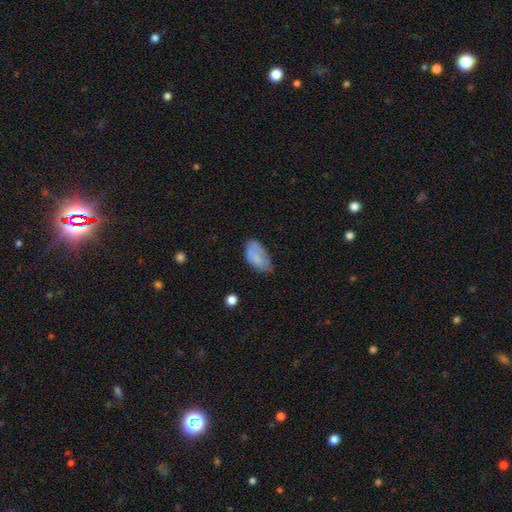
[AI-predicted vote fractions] Q: Smooth or featured?
A: smooth (76%); runner-up: featured or disk (17%)
Q: How rounded?
A: in between (94%); runner-up: round (4%)
Q: Merging?
A: none (59%); runner-up: minor disturbance (29%)